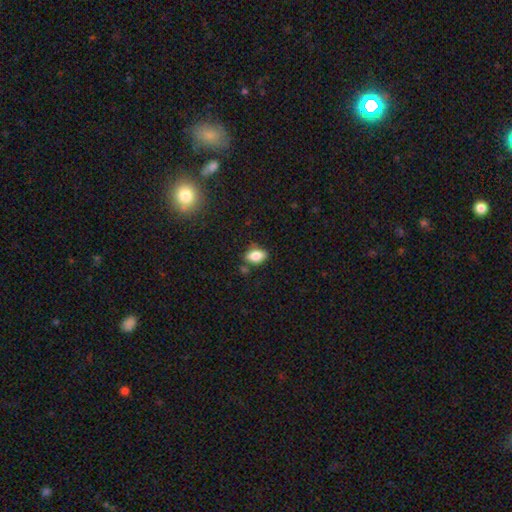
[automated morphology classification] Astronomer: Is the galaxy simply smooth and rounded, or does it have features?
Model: smooth — 83%.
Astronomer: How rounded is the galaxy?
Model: in between — 87%.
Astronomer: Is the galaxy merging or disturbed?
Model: none — 76%.